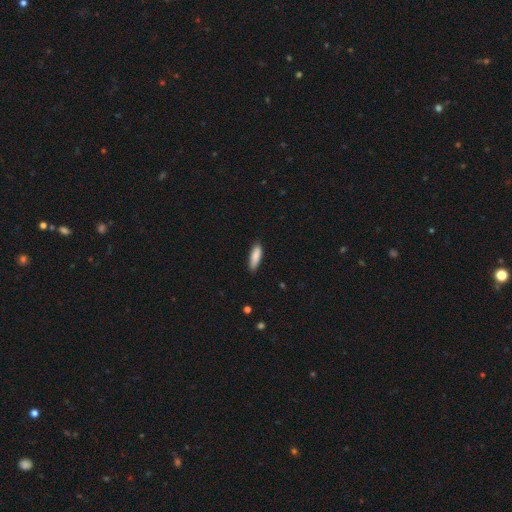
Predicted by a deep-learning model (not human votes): Morphology: type=smooth (88%); roundness=cigar-shaped (53%); merging=none (81%).